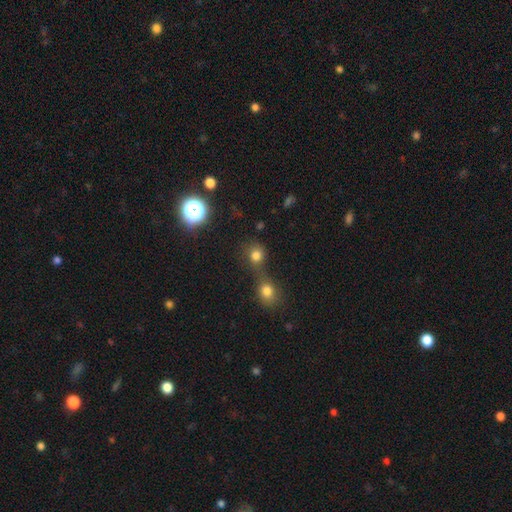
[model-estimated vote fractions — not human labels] This is likely a smooth galaxy (76%). How rounded: clearly round (84%). Merging: possibly none (45%).